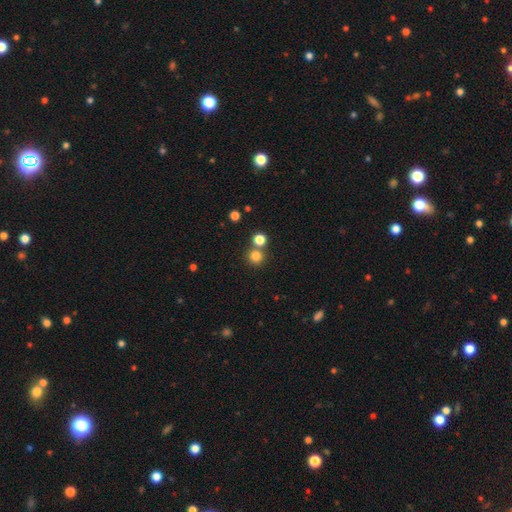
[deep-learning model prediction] Q: Smooth or featured?
A: smooth (79%); runner-up: star or artifact (15%)
Q: How rounded?
A: round (94%); runner-up: in between (6%)
Q: Merging?
A: none (70%); runner-up: merger (22%)